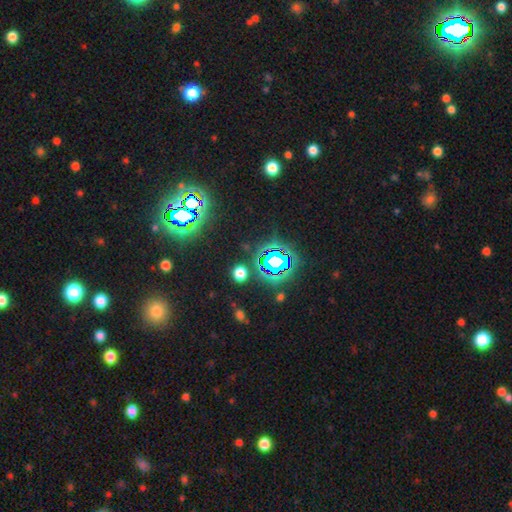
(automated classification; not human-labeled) A star or artifact, not a galaxy (80%).

Vote fractions:
- Smooth or featured? star or artifact: 80% / smooth: 13% / featured or disk: 7%